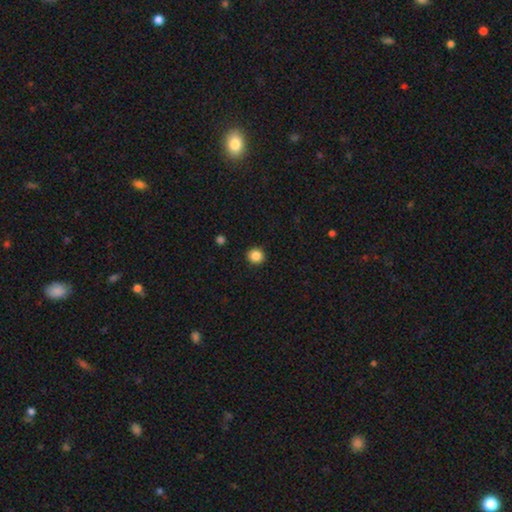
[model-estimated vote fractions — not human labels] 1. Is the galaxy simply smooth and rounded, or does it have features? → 86% smooth, 10% star or artifact, 3% featured or disk.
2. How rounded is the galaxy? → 91% round, 8% in between, 1% cigar-shaped.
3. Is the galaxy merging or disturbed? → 92% none, 5% minor disturbance, 2% major disturbance, 1% merger.